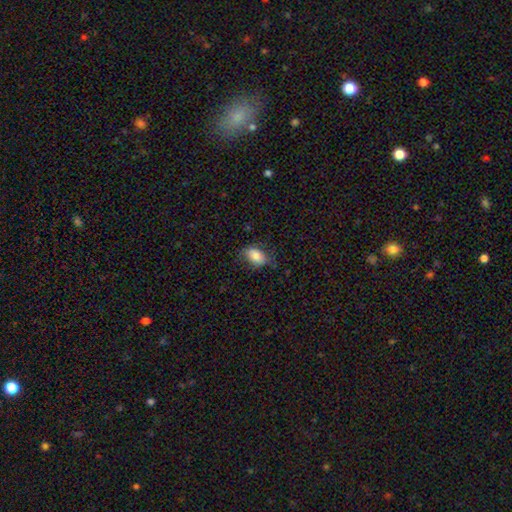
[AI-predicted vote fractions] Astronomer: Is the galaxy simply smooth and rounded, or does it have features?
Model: smooth — 82%.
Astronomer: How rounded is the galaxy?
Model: in between — 88%.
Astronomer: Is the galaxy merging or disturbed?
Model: none — 72%.